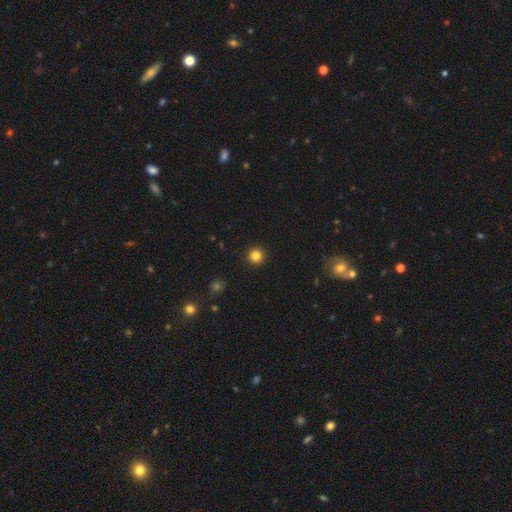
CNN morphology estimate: smooth 83%, star or artifact 12%, featured or disk 5%. Down the decision tree: how rounded — round (96%); merging — none (94%).